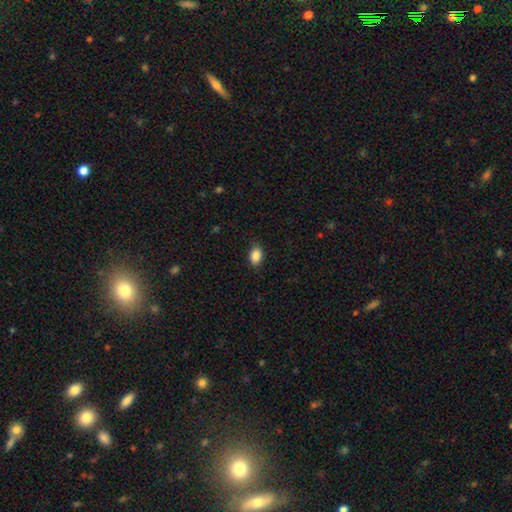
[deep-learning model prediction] Smooth or featured: smooth — 88% (star or artifact — 8%)
How rounded: in between — 85% (round — 14%)
Merging: none — 85% (minor disturbance — 12%)